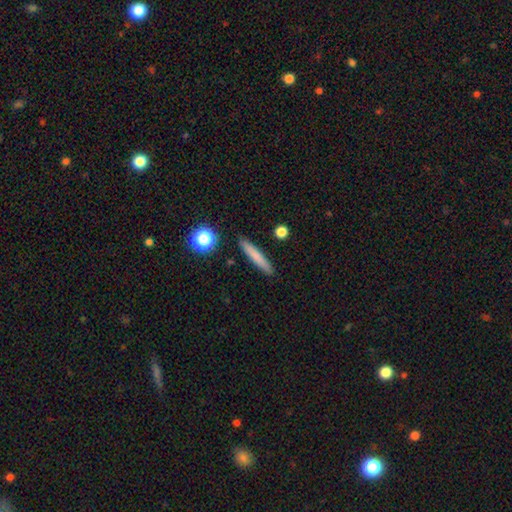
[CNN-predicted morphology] Overall: smooth (75%). How rounded: cigar-shaped (93%). Merging: none (90%).